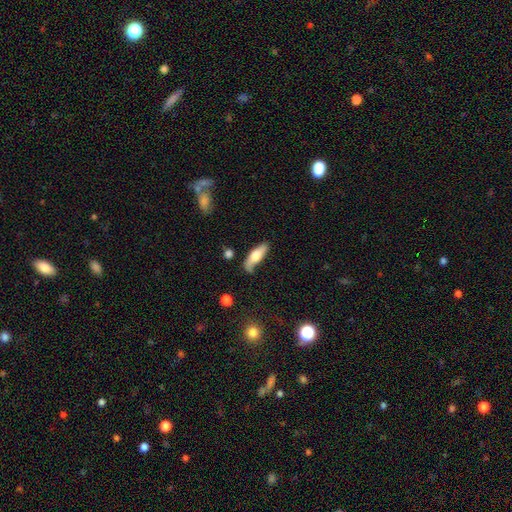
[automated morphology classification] Overall: smooth (62%; featured or disk 32%). How rounded: in between (54%; cigar-shaped 43%). Merging: none (63%; minor disturbance 26%).